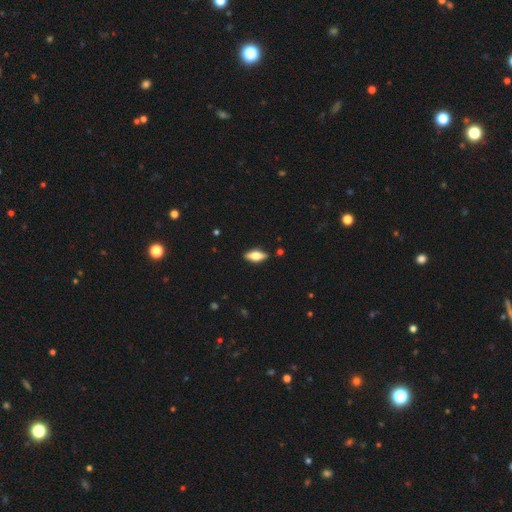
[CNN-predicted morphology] This appears to be a smooth galaxy with no disk features (54%) that is in between round and cigar-shaped (70%). Merging: none (87%).